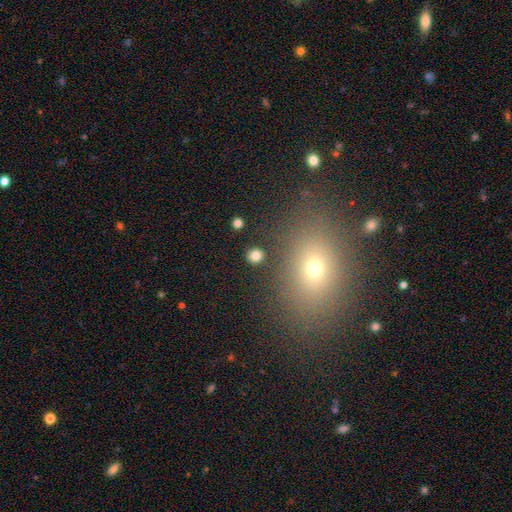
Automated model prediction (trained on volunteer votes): A smooth galaxy with no disk features (82%) that is round (83%).

Vote fractions:
- Smooth or featured? smooth: 82% / star or artifact: 13% / featured or disk: 6%
- How rounded? round: 83% / in between: 16% / cigar-shaped: 1%
- Merging? none: 88% / minor disturbance: 6% / merger: 3% / major disturbance: 3%